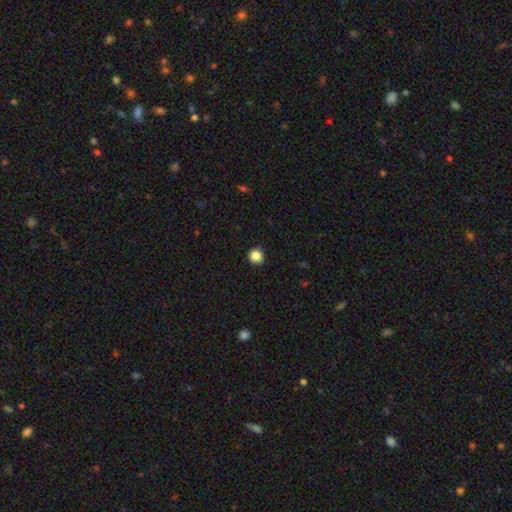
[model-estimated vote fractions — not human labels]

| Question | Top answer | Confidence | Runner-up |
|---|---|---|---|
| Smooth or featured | smooth | 86% | star or artifact (11%) |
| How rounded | round | 91% | in between (8%) |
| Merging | none | 88% | minor disturbance (9%) |